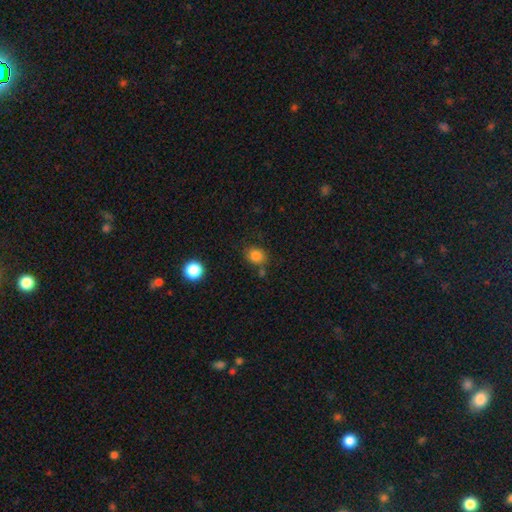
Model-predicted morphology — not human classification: Smooth or featured? smooth (83%)
How rounded? round (65%)
Merging? none (70%)